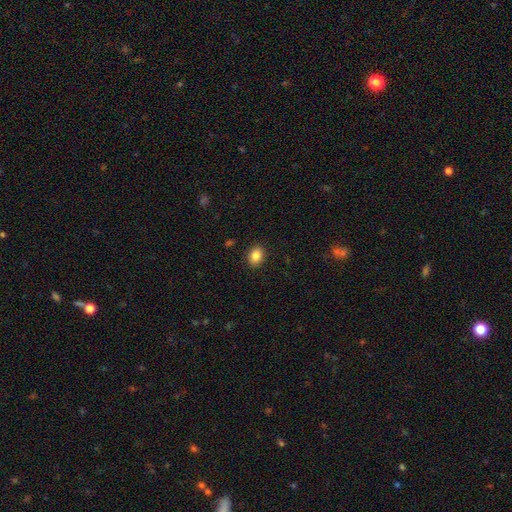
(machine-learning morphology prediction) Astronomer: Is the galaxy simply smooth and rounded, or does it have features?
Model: smooth — 86%.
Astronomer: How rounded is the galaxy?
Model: in between — 59% (runner-up: round, 40%).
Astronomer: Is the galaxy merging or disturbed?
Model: none — 90%.